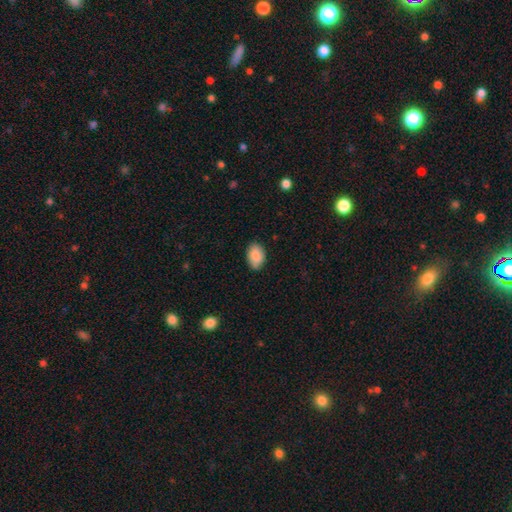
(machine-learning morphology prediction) Smooth or featured? Predicted: smooth (p=0.86). How rounded? Predicted: in between (p=0.88). Merging? Predicted: none (p=0.82).